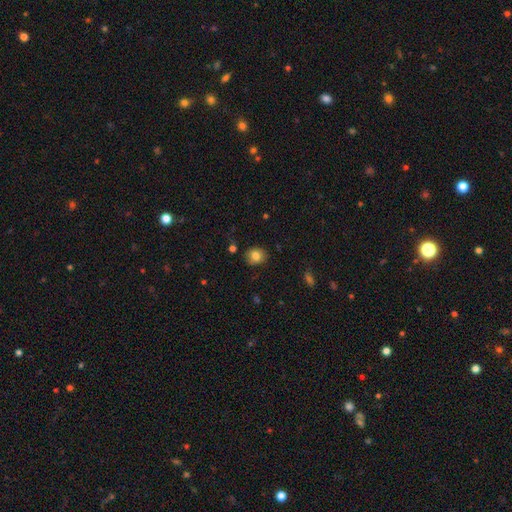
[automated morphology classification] smooth 82%, star or artifact 10%, featured or disk 8%. Down the decision tree: how rounded — round (65%); merging — none (83%).